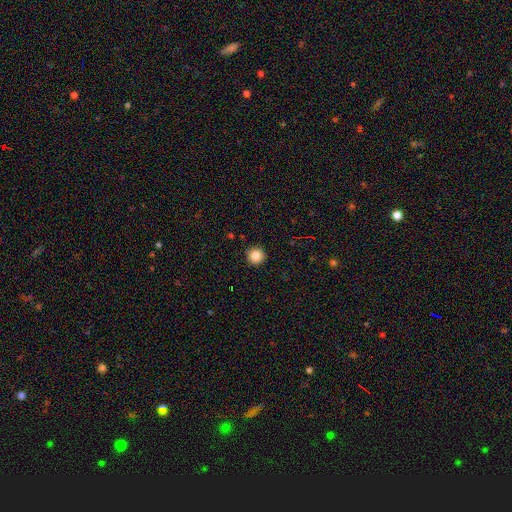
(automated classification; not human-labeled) The model was most divided on "smooth or featured": smooth: 84%, star or artifact: 10%, featured or disk: 5%. More confident: how rounded — round (96%); merging — none (93%).